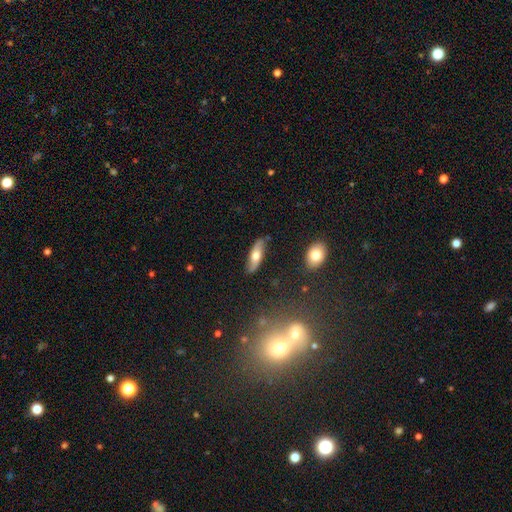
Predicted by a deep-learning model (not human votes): smooth_or_featured: smooth (p=0.56) [alt: featured or disk p=0.38]
how_rounded: in between (p=0.54) [alt: cigar-shaped p=0.43]
merging: none (p=0.80) [alt: minor disturbance p=0.14]